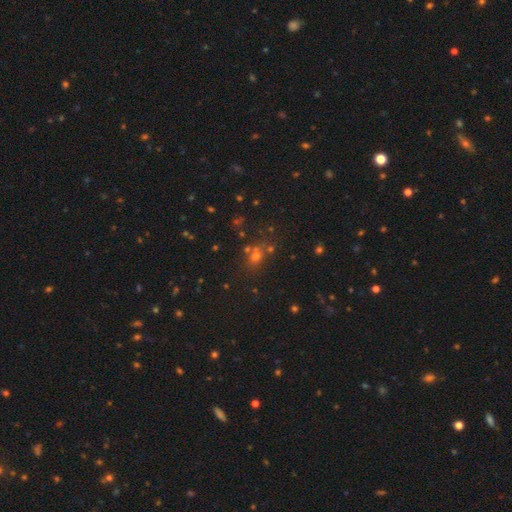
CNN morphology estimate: smooth_or_featured: smooth (p=0.53) [alt: star or artifact p=0.36]
how_rounded: round (p=0.70) [alt: in between p=0.28]
merging: none (p=0.62) [alt: merger p=0.21]